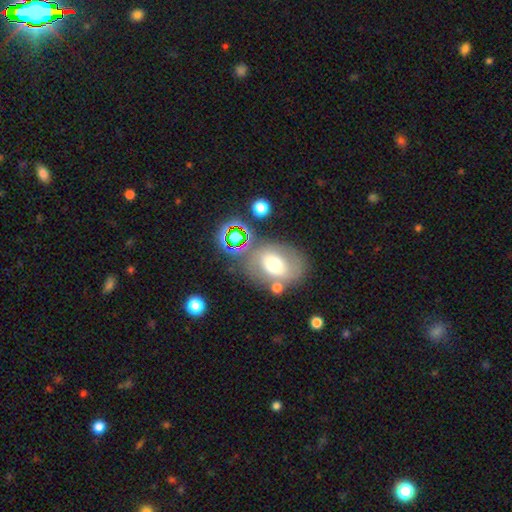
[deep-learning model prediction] smooth 49%, featured or disk 35%, star or artifact 16%. Down the decision tree: merging — none (61%).